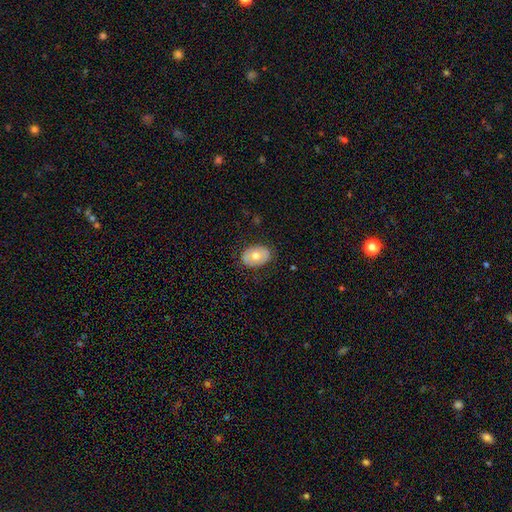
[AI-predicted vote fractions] smooth-or-featured: smooth: 67% | featured or disk: 26% | star or artifact: 7%
  how-rounded: in between: 80% | round: 19% | cigar-shaped: 1%
  merging: none: 83% | minor disturbance: 13% | major disturbance: 3% | merger: 1%